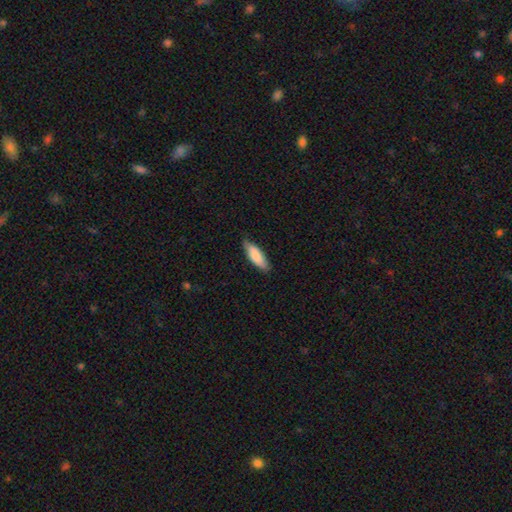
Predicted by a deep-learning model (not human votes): smooth_or_featured: smooth (p=0.84) [alt: featured or disk p=0.10]
how_rounded: in between (p=0.58) [alt: cigar-shaped p=0.41]
merging: none (p=0.81) [alt: minor disturbance p=0.15]